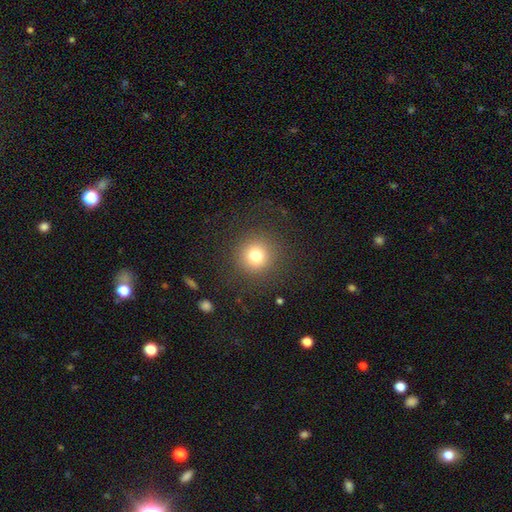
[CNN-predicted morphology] Q: Smooth or featured?
A: smooth (77%); runner-up: star or artifact (14%)
Q: How rounded?
A: round (94%); runner-up: in between (5%)
Q: Merging?
A: none (87%); runner-up: minor disturbance (7%)